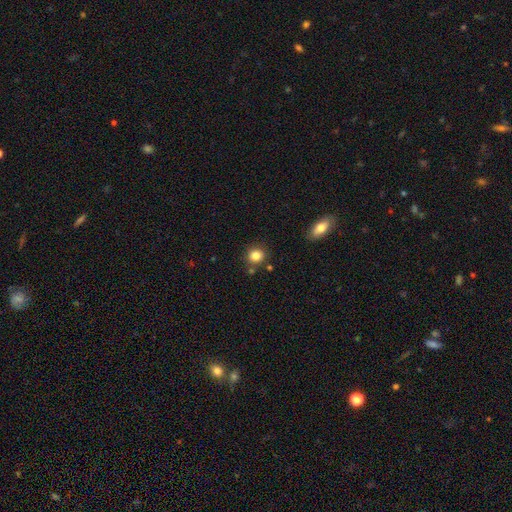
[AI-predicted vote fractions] Overall: smooth (84%). How rounded: round (84%). Merging: none (82%).